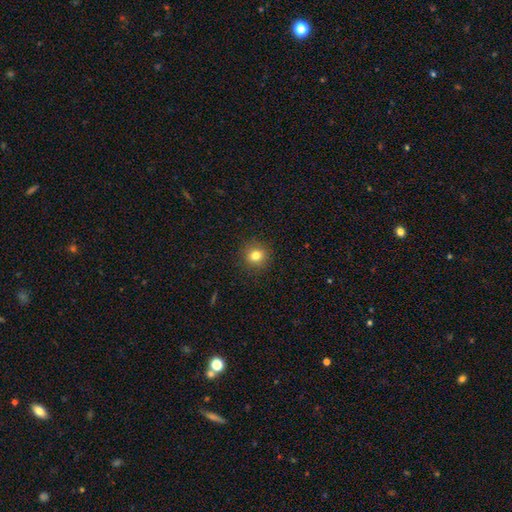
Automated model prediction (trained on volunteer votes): The model was most divided on "smooth or featured": smooth: 80%, star or artifact: 12%, featured or disk: 7%. More confident: merging — none (90%); how rounded — round (88%).